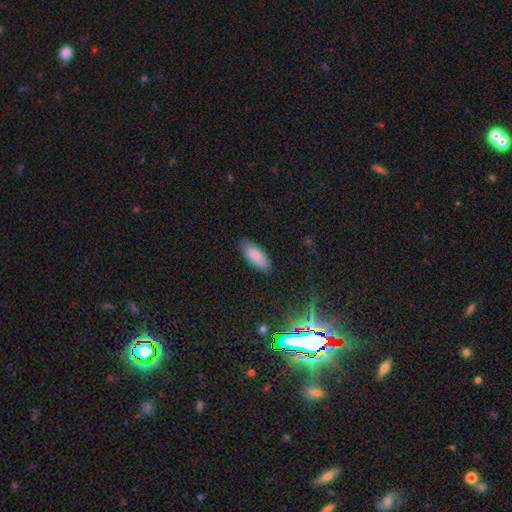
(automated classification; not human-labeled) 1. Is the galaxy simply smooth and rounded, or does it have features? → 86% smooth, 8% featured or disk, 7% star or artifact.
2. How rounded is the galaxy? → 81% in between, 18% cigar-shaped, 2% round.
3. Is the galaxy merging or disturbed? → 83% none, 14% minor disturbance, 3% major disturbance, 1% merger.